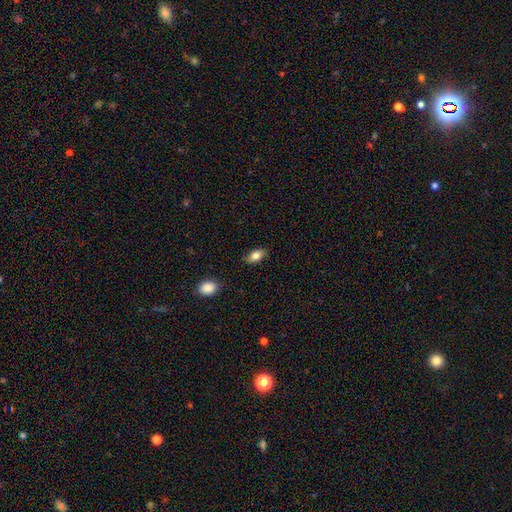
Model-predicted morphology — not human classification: This appears to be a smooth galaxy with no disk features (81%) that is in between round and cigar-shaped (87%). Merging: none (83%).